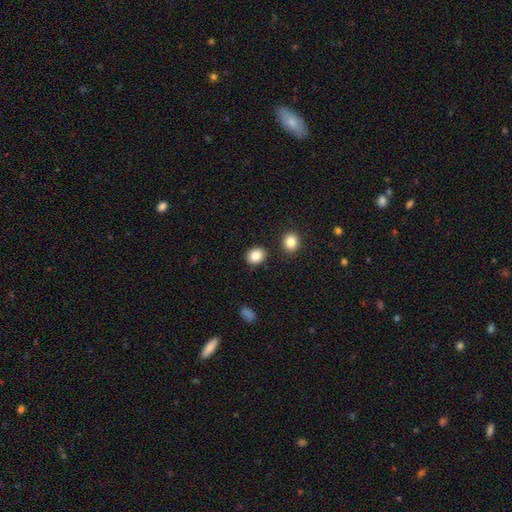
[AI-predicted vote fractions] This appears to be a smooth galaxy with no disk features (87%) that is round (58%). Merging: none (84%).